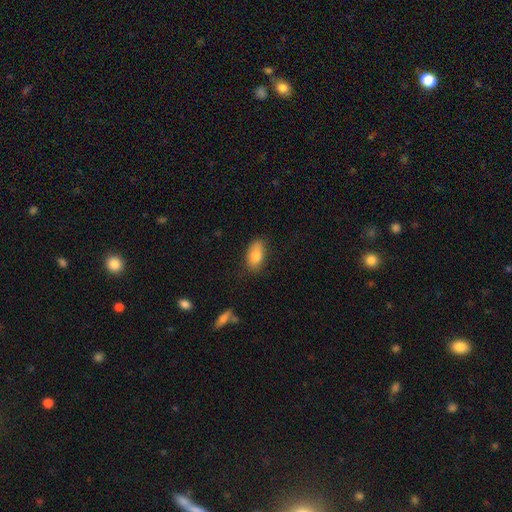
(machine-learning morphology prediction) smooth-or-featured: smooth: 82% | featured or disk: 11% | star or artifact: 7%
  how-rounded: in between: 91% | round: 6% | cigar-shaped: 4%
  merging: none: 75% | minor disturbance: 19% | major disturbance: 4% | merger: 2%